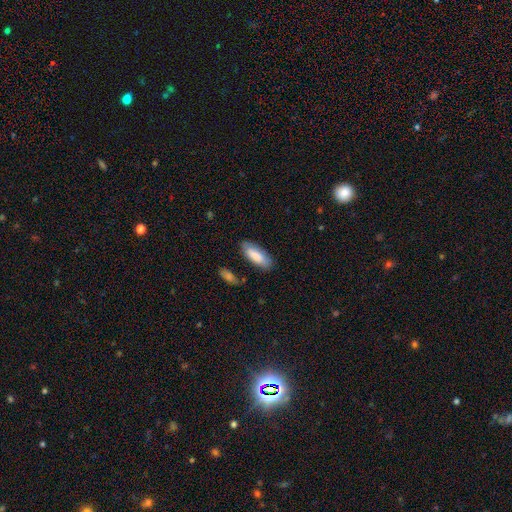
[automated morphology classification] This appears to be a smooth galaxy with no disk features (84%) that is in between round and cigar-shaped (74%). Merging: none (81%).